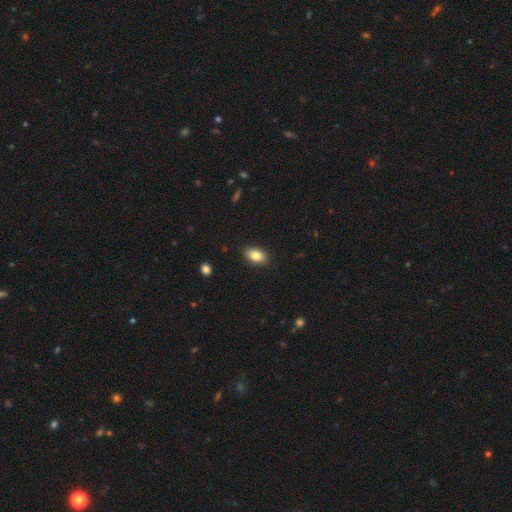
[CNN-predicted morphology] smooth_or_featured: smooth (p=0.83) [alt: featured or disk p=0.09]
how_rounded: in between (p=0.91) [alt: round p=0.07]
merging: none (p=0.88) [alt: minor disturbance p=0.09]